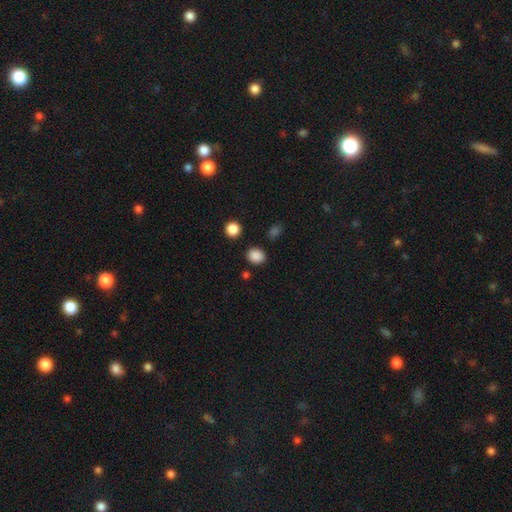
Smooth or featured: smooth — 78% (star or artifact — 12%)
How rounded: round — 77% (in between — 23%)
Merging: none — 86% (minor disturbance — 6%)